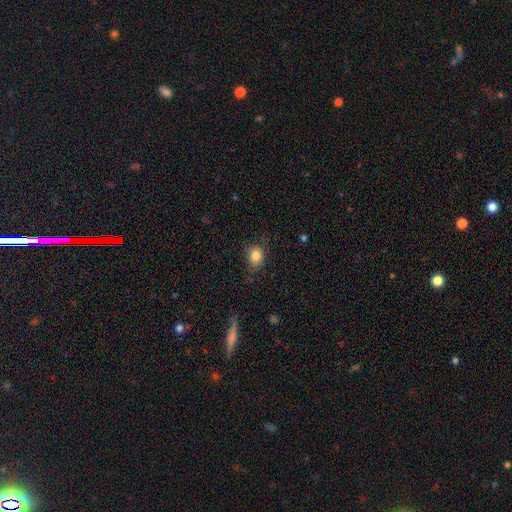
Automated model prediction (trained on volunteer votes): A smooth galaxy with no disk features (83%) that is round (50%).

Vote fractions:
- Smooth or featured? smooth: 83% / star or artifact: 11% / featured or disk: 7%
- How rounded? round: 50% / in between: 49% / cigar-shaped: 1%
- Merging? none: 77% / minor disturbance: 17% / major disturbance: 5% / merger: 1%